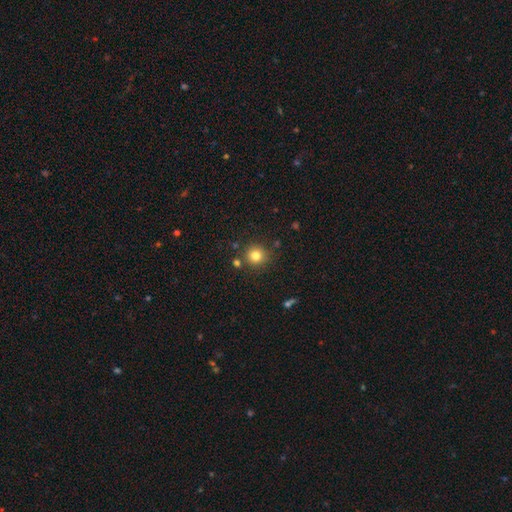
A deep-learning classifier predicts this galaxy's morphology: Smooth or featured? Predicted: smooth (p=0.80). How rounded? Predicted: round (p=0.92). Merging? Predicted: none (p=0.82).